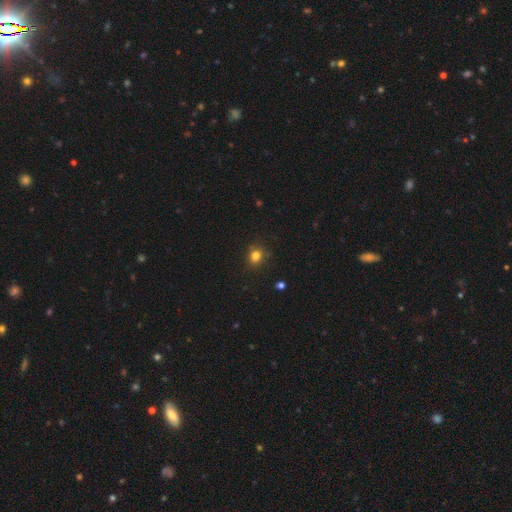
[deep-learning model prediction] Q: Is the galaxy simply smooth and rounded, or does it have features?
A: smooth — 80%.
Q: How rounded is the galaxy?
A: round — 72%.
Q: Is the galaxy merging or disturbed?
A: none — 82%.